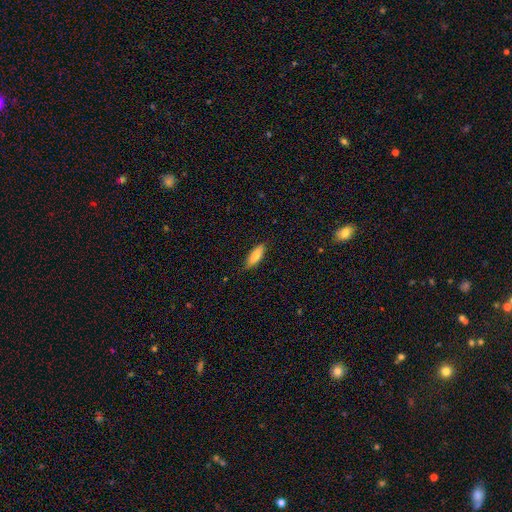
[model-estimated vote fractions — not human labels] Overall: smooth (82%). How rounded: in between (62%; cigar-shaped 36%). Merging: none (83%).